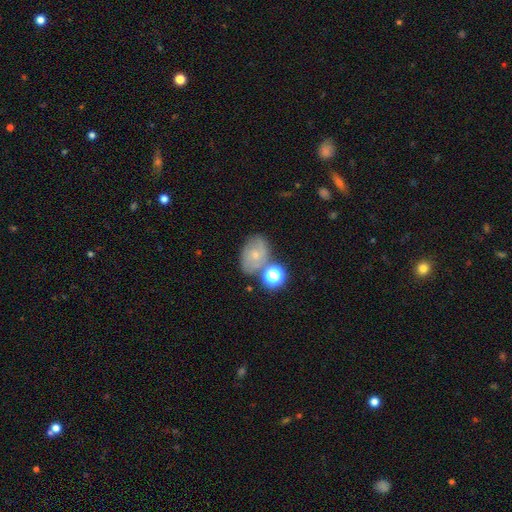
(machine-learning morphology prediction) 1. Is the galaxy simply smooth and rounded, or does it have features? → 46% smooth, 39% featured or disk, 15% star or artifact.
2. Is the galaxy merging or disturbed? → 59% none, 18% minor disturbance, 16% merger, 6% major disturbance.